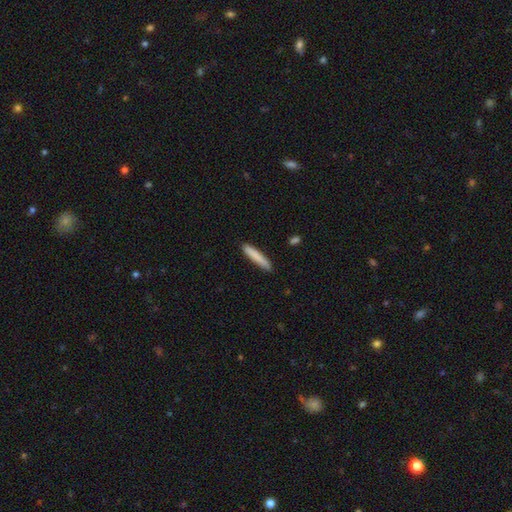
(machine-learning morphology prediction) type=smooth (84%); roundness=cigar-shaped (92%); merging=none (89%).